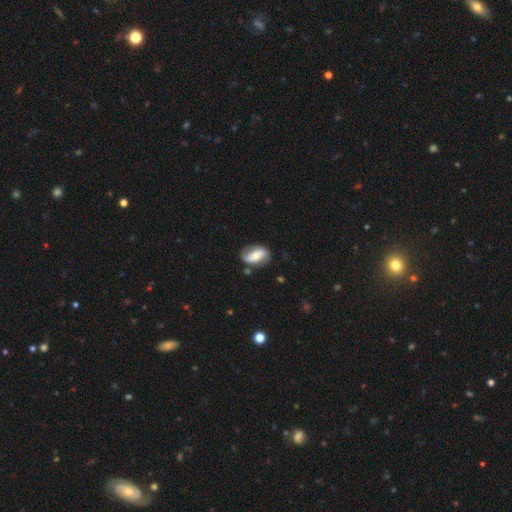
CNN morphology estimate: type=featured or disk (68%); edge-on=no (96%); bar=strong (37%); spiral arms=yes (86%); winding=loose (40%); arm count=2 (86%); bulge=moderate (60%); merging=none (75%).